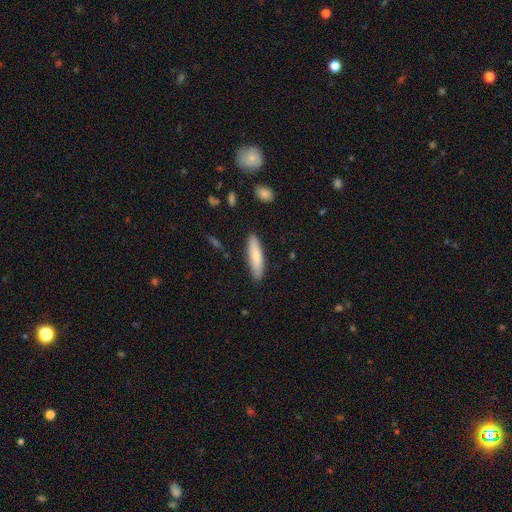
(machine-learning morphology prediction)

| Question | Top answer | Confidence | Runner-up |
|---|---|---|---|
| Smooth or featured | smooth | 77% | featured or disk (18%) |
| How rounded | cigar-shaped | 73% | in between (26%) |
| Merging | none | 86% | minor disturbance (11%) |